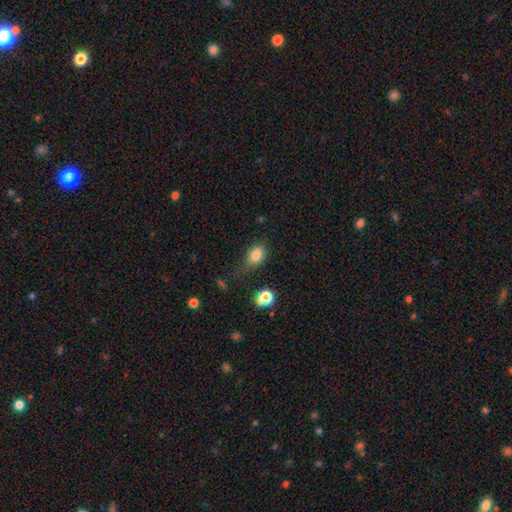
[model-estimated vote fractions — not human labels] A smooth galaxy with no disk features (79%) that is in between round and cigar-shaped (69%).

Vote fractions:
- Smooth or featured? smooth: 79% / star or artifact: 12% / featured or disk: 9%
- How rounded? in between: 69% / round: 28% / cigar-shaped: 2%
- Merging? none: 50% / minor disturbance: 31% / major disturbance: 13% / merger: 5%